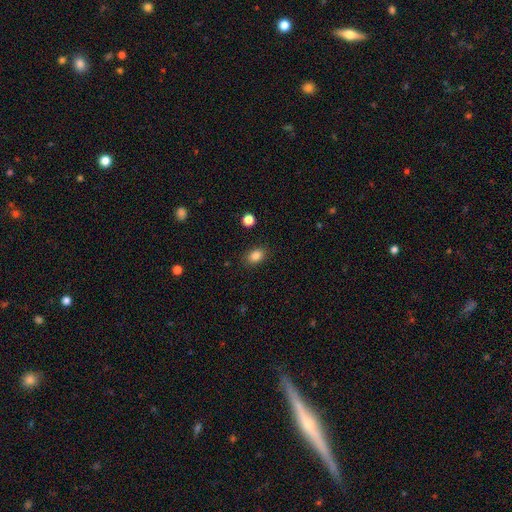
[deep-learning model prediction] Morphology: type=smooth (85%); roundness=in between (75%); merging=none (86%).